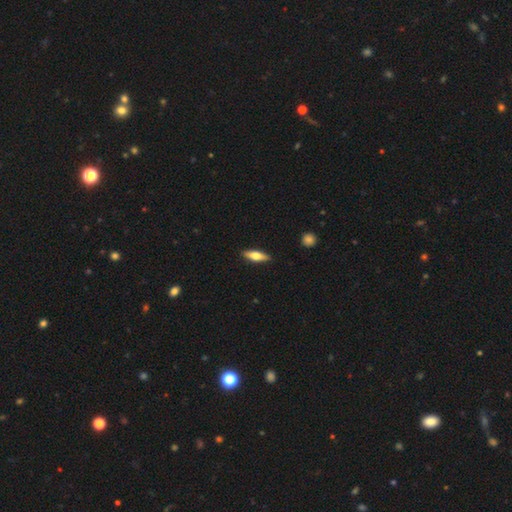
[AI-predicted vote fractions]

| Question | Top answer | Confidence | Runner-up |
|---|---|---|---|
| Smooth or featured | smooth | 55% | featured or disk (40%) |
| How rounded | cigar-shaped | 53% | in between (44%) |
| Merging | none | 89% | minor disturbance (8%) |